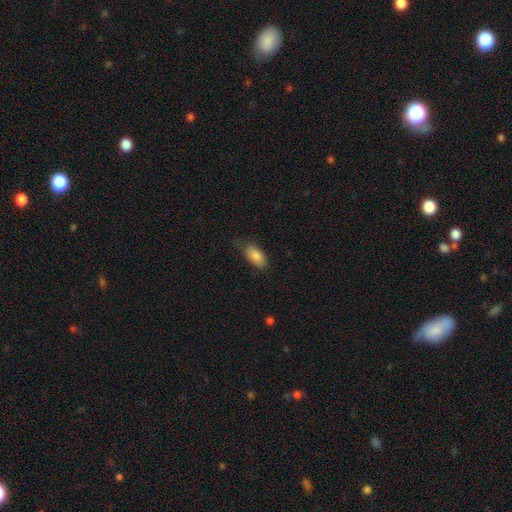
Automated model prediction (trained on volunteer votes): A smooth galaxy with no disk features (85%) that is in between round and cigar-shaped (90%).

Vote fractions:
- Smooth or featured? smooth: 85% / featured or disk: 8% / star or artifact: 7%
- How rounded? in between: 90% / cigar-shaped: 6% / round: 4%
- Merging? none: 64% / minor disturbance: 28% / major disturbance: 7% / merger: 1%